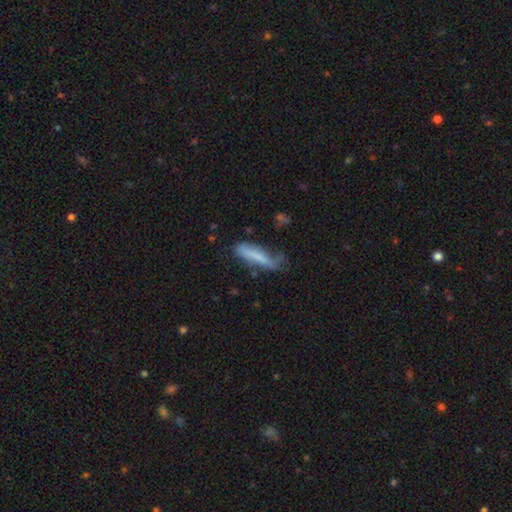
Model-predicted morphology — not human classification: Smooth or featured: smooth — 72% (featured or disk — 20%)
How rounded: cigar-shaped — 75% (in between — 24%)
Merging: none — 48% (minor disturbance — 32%)